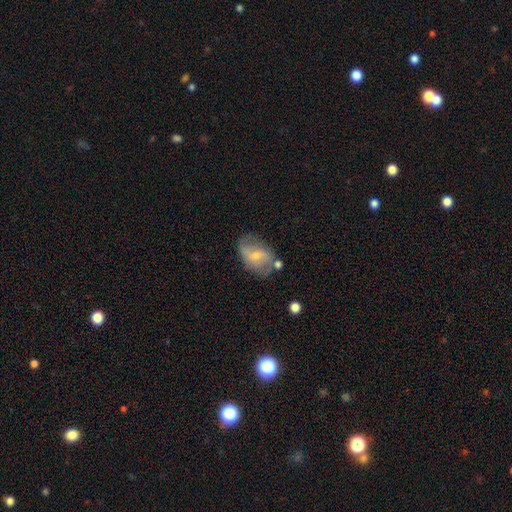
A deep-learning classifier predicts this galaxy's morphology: This appears to be a featured or disk galaxy (56%) with a weak bar (46%), spiral arms (76%) and a small central bulge (59%). Merging: none (53%).